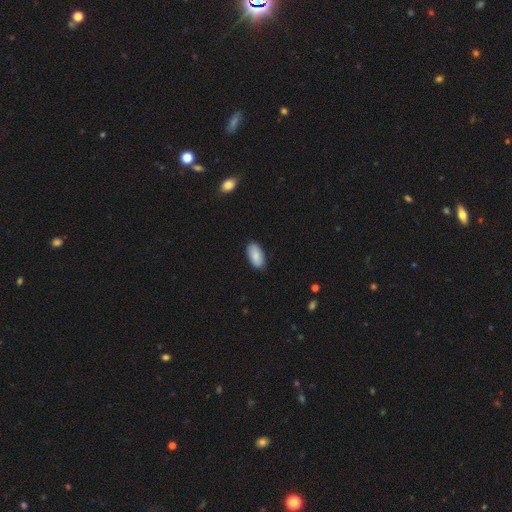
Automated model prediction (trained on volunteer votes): Smooth or featured: smooth — 88% (featured or disk — 6%)
How rounded: in between — 94% (cigar-shaped — 3%)
Merging: none — 87% (minor disturbance — 10%)